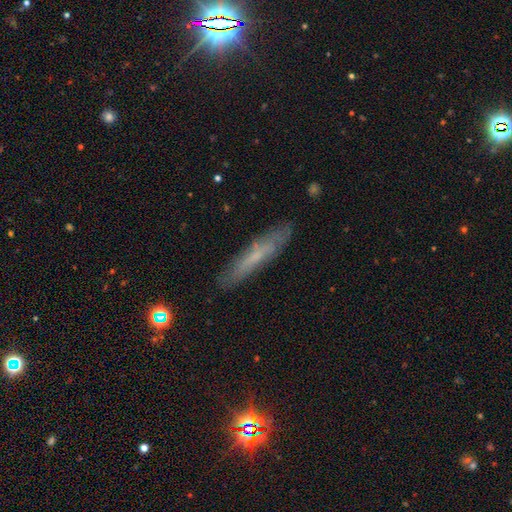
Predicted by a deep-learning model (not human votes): Morphology: type=smooth (46%); merging=none (83%).